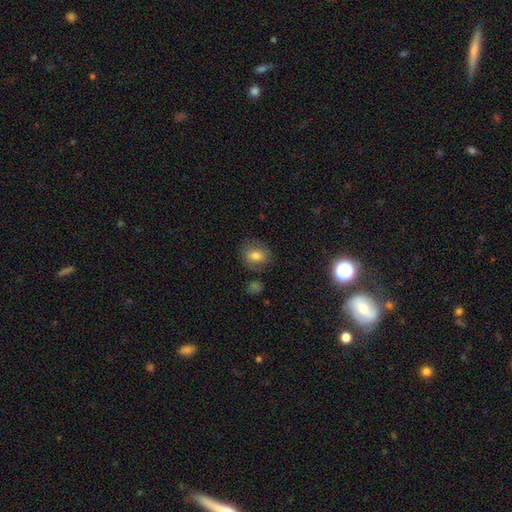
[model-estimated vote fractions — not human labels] This is likely a smooth galaxy (76%). How rounded: possibly round (55%). Merging: likely none (78%).